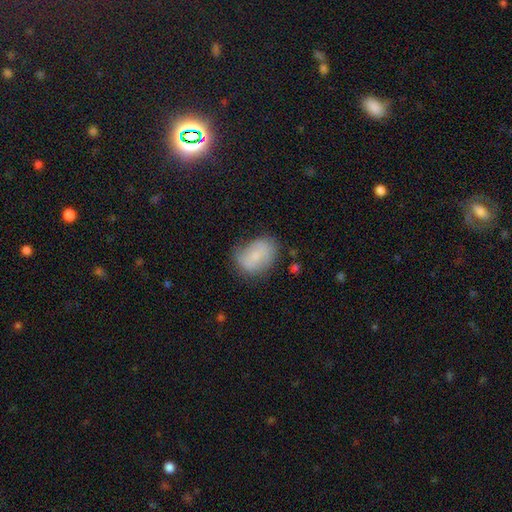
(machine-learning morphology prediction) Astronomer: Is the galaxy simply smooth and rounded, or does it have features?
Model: smooth — 67%.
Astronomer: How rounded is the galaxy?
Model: in between — 75%.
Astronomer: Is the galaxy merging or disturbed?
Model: none — 59%.